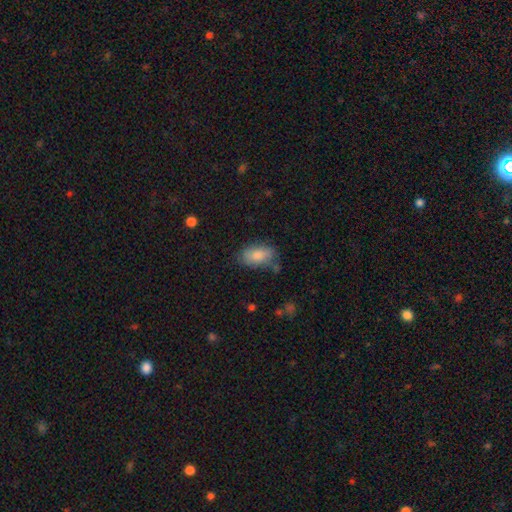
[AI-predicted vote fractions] Smooth or featured? smooth (82%)
How rounded? in between (92%)
Merging? none (70%)